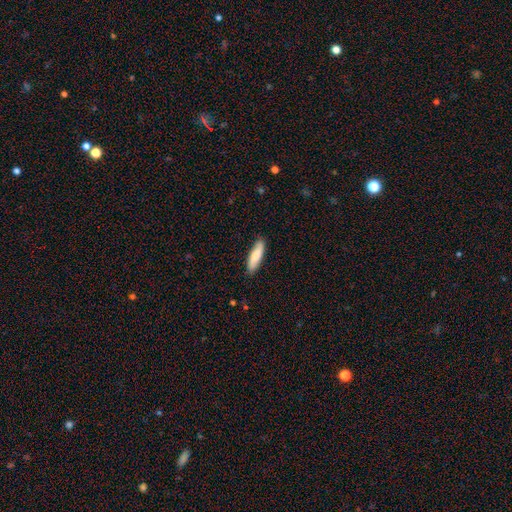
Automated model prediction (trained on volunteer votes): A smooth galaxy with no disk features (74%) that is cigar-shaped (62%). Merging: none (85%).